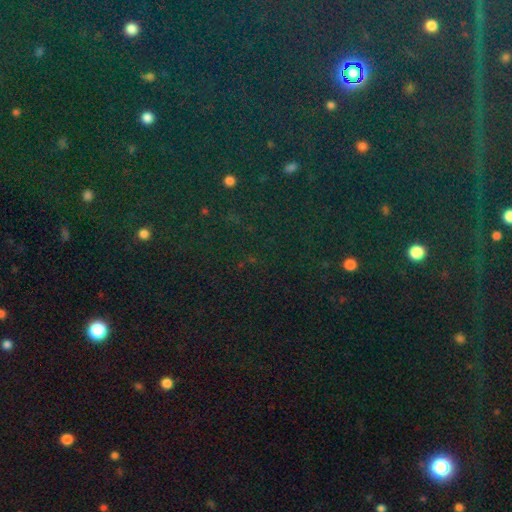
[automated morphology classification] Smooth or featured? star or artifact (82%)